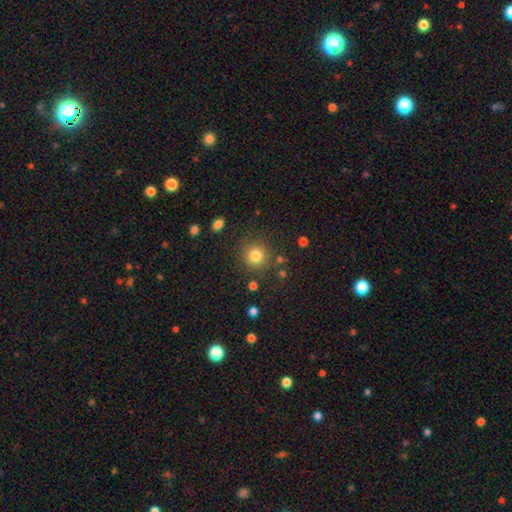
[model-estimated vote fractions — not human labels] Smooth or featured? Predicted: smooth (p=0.81). How rounded? Predicted: round (p=0.93). Merging? Predicted: none (p=0.85).